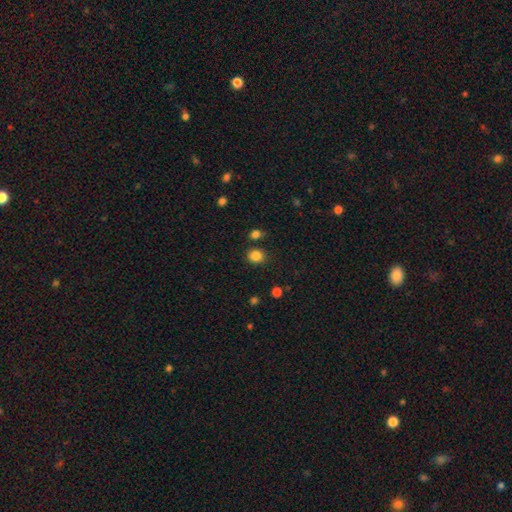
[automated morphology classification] smooth 84%, star or artifact 12%, featured or disk 4%. Down the decision tree: how rounded — round (73%); merging — none (83%).